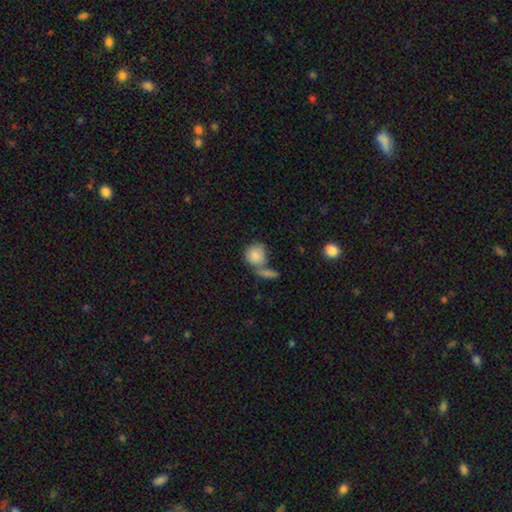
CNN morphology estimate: The model was most divided on "merging": merger: 45%, none: 36%, minor disturbance: 11%, major disturbance: 7%. More confident: smooth or featured — smooth (84%); how rounded — round (77%).